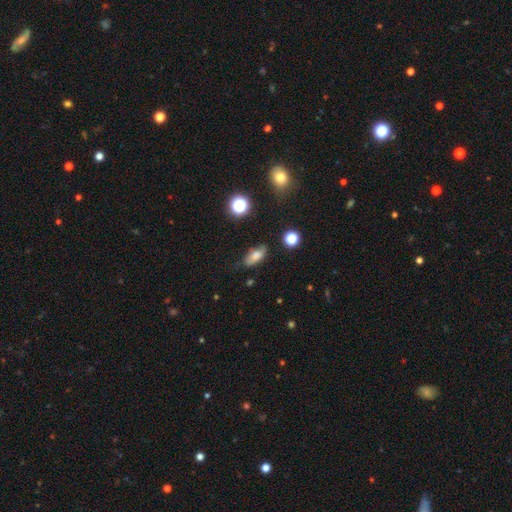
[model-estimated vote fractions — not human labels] A smooth galaxy with no disk features (72%) that is in between round and cigar-shaped (80%). Merging: none (74%).